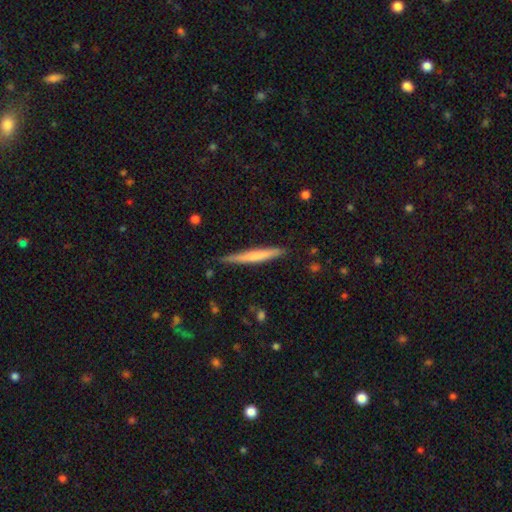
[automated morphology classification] type=smooth (59%); roundness=cigar-shaped (96%); merging=none (83%).